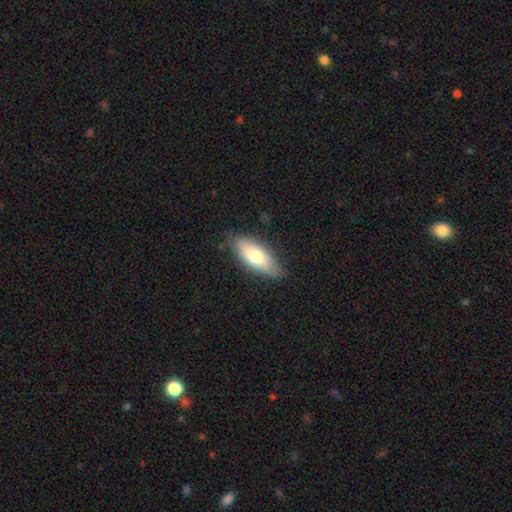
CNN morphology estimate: Overall: smooth (70%). How rounded: in between (79%). Merging: none (79%).